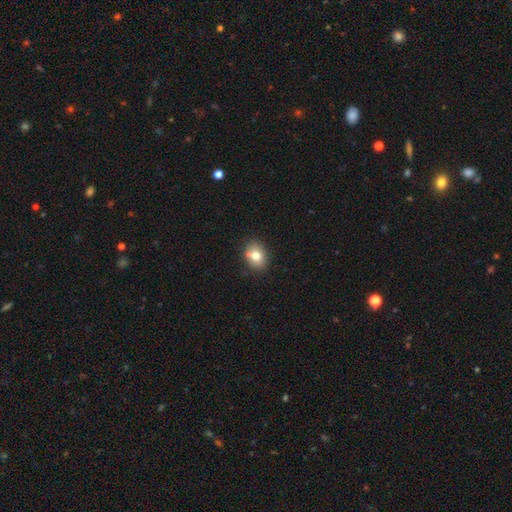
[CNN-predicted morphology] Smooth or featured?
  - smooth: 77% *
  - featured or disk: 13%
  - star or artifact: 11%
How rounded?
  - in between: 53% *
  - round: 46%
  - cigar-shaped: 1%
Merging?
  - none: 75% *
  - minor disturbance: 13%
  - merger: 9%
  - major disturbance: 3%